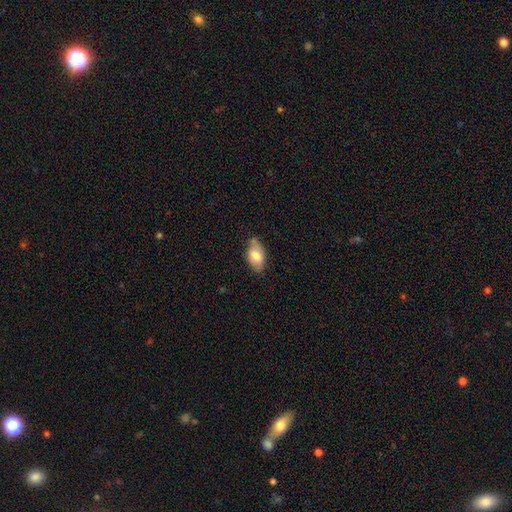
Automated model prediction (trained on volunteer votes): smooth_or_featured: smooth (p=0.75) [alt: featured or disk p=0.19]
how_rounded: in between (p=0.93) [alt: round p=0.05]
merging: none (p=0.71) [alt: minor disturbance p=0.23]